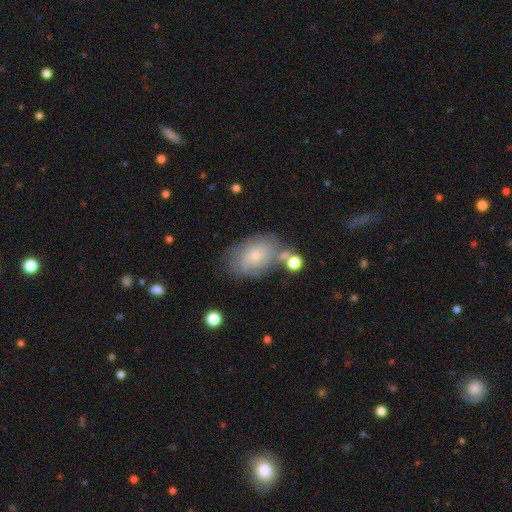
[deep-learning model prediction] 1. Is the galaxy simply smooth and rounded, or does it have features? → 54% featured or disk, 36% smooth, 10% star or artifact.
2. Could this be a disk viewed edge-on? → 96% no, 4% yes.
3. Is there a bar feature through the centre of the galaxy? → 82% no, 16% weak, 2% strong.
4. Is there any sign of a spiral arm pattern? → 75% yes, 25% no.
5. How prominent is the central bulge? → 73% small, 22% moderate, 2% none, 2% large, 1% dominant.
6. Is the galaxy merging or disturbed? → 57% none, 23% minor disturbance, 12% major disturbance, 8% merger.